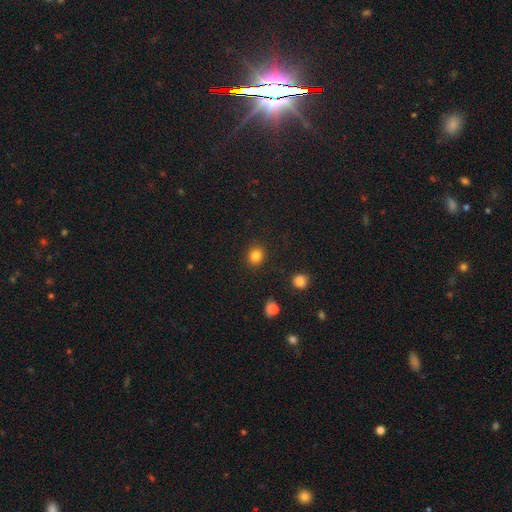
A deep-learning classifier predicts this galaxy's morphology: A smooth galaxy with no disk features (84%) that is round (77%). Merging: none (90%).